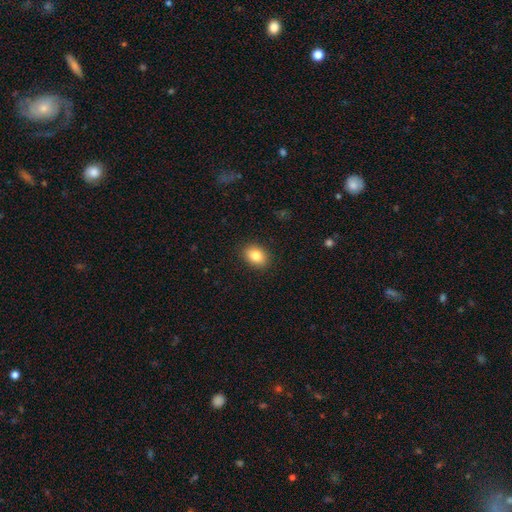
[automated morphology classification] Smooth or featured? Predicted: smooth (p=0.84). How rounded? Predicted: in between (p=0.73). Merging? Predicted: none (p=0.90).